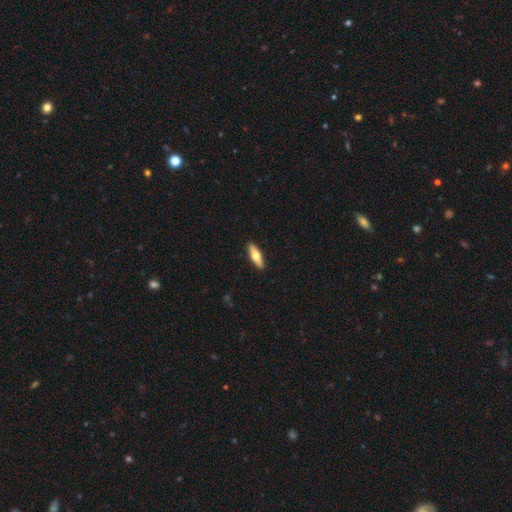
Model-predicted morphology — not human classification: smooth 56%, featured or disk 39%, star or artifact 5%. Down the decision tree: how rounded — cigar-shaped (56%); merging — none (91%).